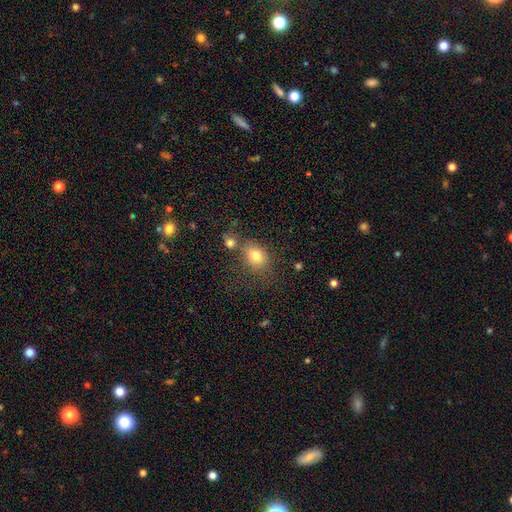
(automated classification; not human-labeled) This appears to be a smooth galaxy with no disk features (77%) that is in between round and cigar-shaped (51%). Merging: none (57%).